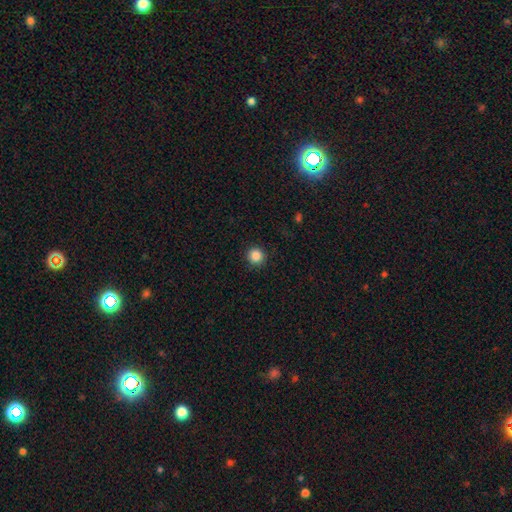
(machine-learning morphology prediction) Smooth or featured? smooth (86%)
How rounded? round (95%)
Merging? none (91%)